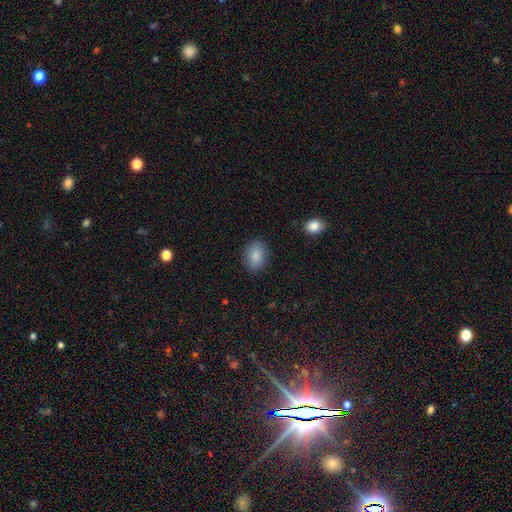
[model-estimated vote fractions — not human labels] A smooth galaxy with no disk features (87%) that is in between round and cigar-shaped (71%). Merging: none (86%).